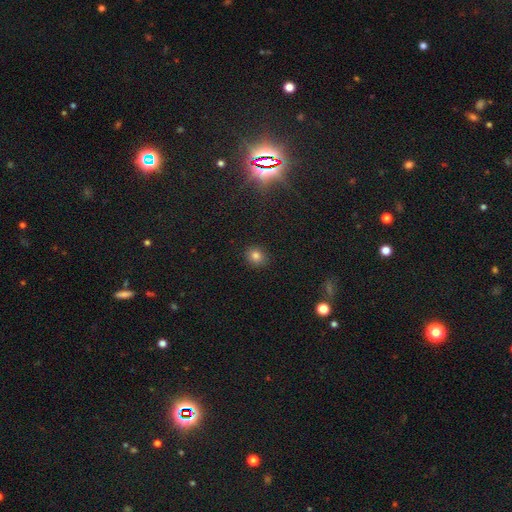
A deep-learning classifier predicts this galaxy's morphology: Smooth or featured? smooth (80%)
How rounded? round (79%)
Merging? none (89%)